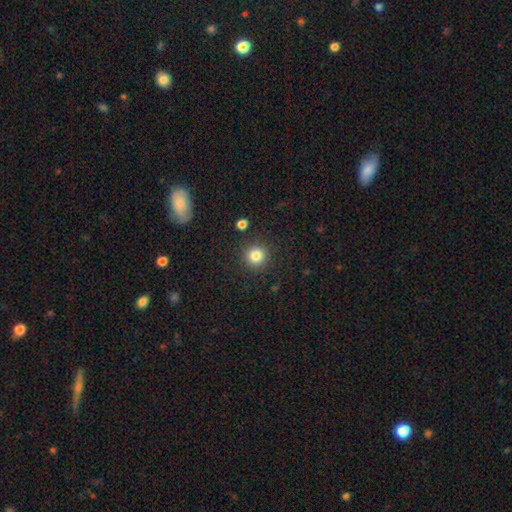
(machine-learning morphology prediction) The model was most divided on "smooth or featured": smooth: 84%, star or artifact: 11%, featured or disk: 5%. More confident: how rounded — round (93%); merging — none (89%).